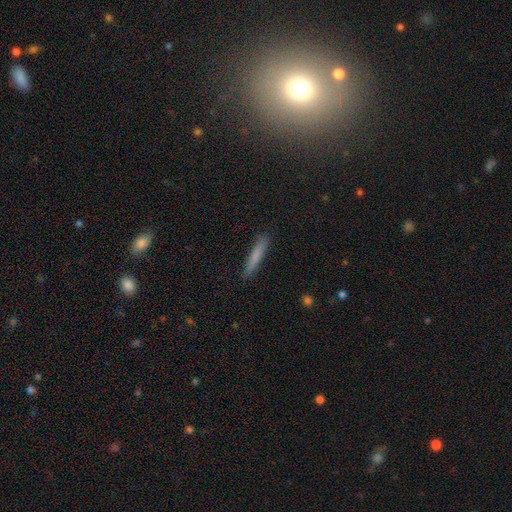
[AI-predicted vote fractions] Smooth or featured: smooth — 75% (featured or disk — 18%)
How rounded: cigar-shaped — 94% (in between — 5%)
Merging: none — 90% (minor disturbance — 8%)